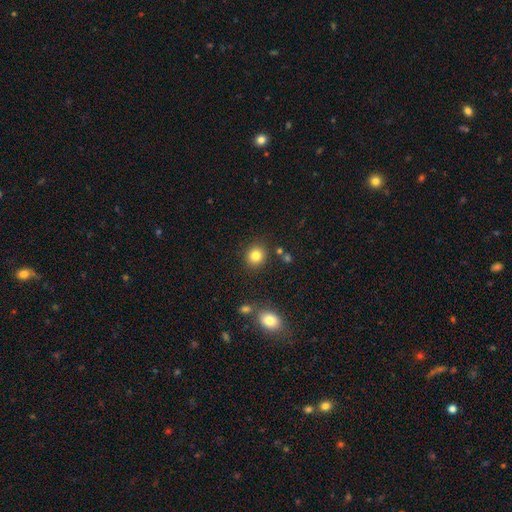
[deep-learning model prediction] Smooth or featured? Predicted: smooth (p=0.82). How rounded? Predicted: round (p=0.83). Merging? Predicted: none (p=0.86).